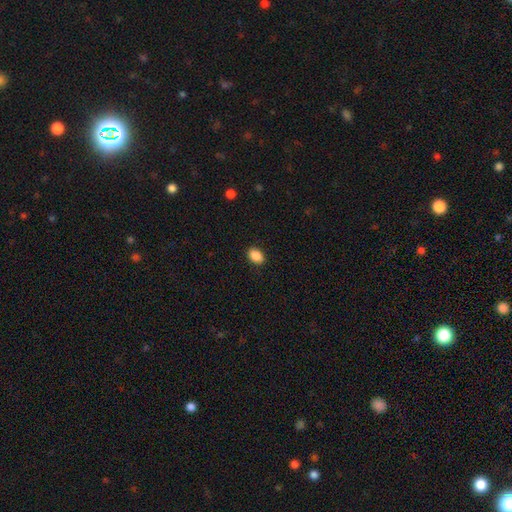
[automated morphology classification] A smooth galaxy with no disk features (89%) that is in between round and cigar-shaped (79%).

Vote fractions:
- Smooth or featured? smooth: 89% / star or artifact: 8% / featured or disk: 3%
- How rounded? in between: 79% / round: 20% / cigar-shaped: 1%
- Merging? none: 88% / minor disturbance: 8% / major disturbance: 2% / merger: 1%